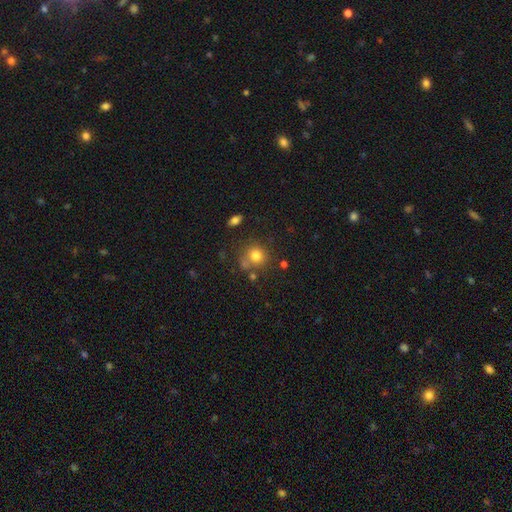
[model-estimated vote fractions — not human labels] Q: Smooth or featured?
A: smooth (78%); runner-up: star or artifact (13%)
Q: How rounded?
A: round (85%); runner-up: in between (14%)
Q: Merging?
A: none (67%); runner-up: minor disturbance (14%)